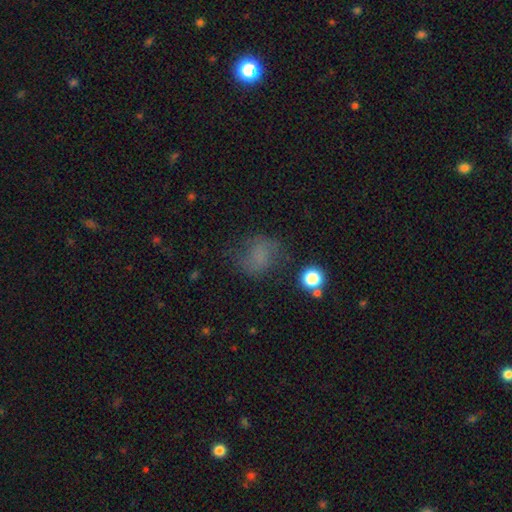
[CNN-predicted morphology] smooth_or_featured: smooth (p=0.60) [alt: featured or disk p=0.21]
how_rounded: round (p=0.55) [alt: in between p=0.44]
merging: none (p=0.59) [alt: minor disturbance p=0.23]